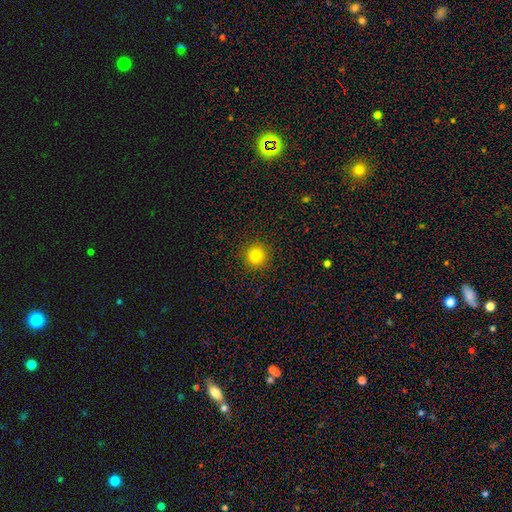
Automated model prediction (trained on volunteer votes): A smooth galaxy with no disk features (81%) that is round (96%). Merging: none (93%).